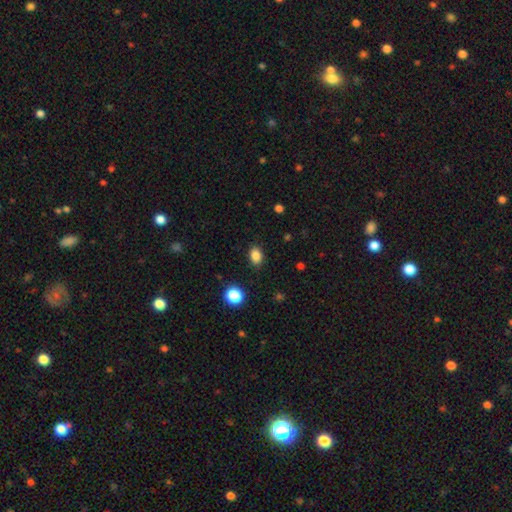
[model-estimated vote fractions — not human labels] Smooth or featured? Predicted: smooth (p=0.84). How rounded? Predicted: in between (p=0.73). Merging? Predicted: none (p=0.87).